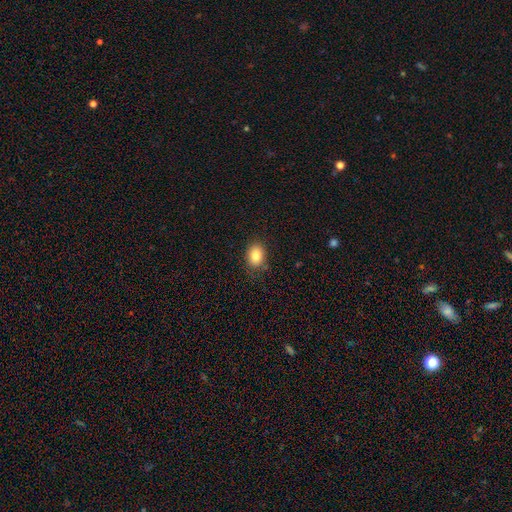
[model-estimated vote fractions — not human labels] smooth-or-featured: smooth: 85% | star or artifact: 9% | featured or disk: 6%
  how-rounded: in between: 67% | round: 32% | cigar-shaped: 1%
  merging: none: 83% | minor disturbance: 12% | major disturbance: 3% | merger: 1%